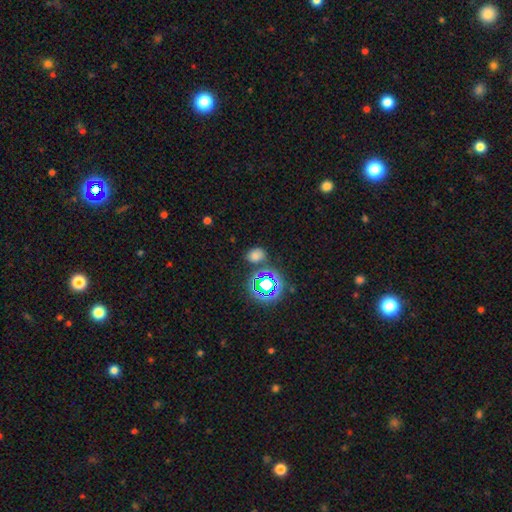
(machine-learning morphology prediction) A smooth galaxy with no disk features (61%) that is in between round and cigar-shaped (52%). Merging: none (69%).